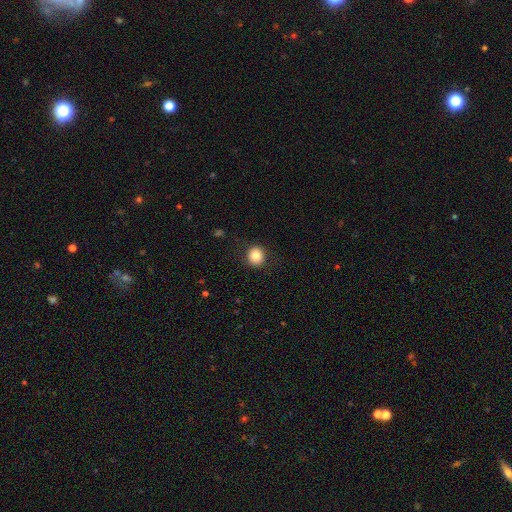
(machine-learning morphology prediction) A smooth galaxy with no disk features (83%) that is round (89%). Merging: none (89%).